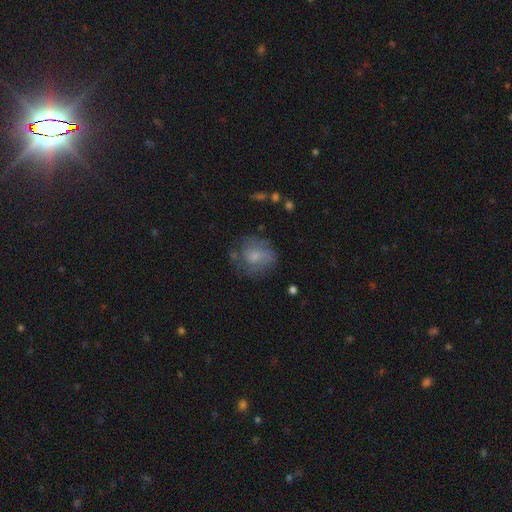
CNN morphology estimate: This is possibly a smooth galaxy (57%). How rounded: likely round (77%). Merging: possibly none (59%).